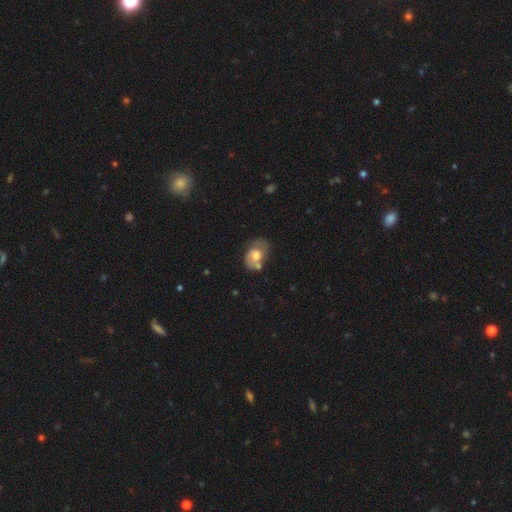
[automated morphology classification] Smooth or featured? Predicted: smooth (p=0.50). How rounded? Predicted: in between (p=0.76). Merging? Predicted: none (p=0.45).